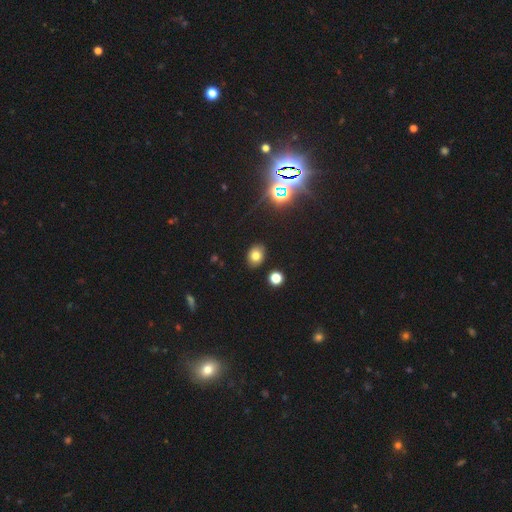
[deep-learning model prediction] smooth-or-featured: smooth: 73% | star or artifact: 17% | featured or disk: 10%
  how-rounded: in between: 65% | round: 34% | cigar-shaped: 1%
  merging: none: 87% | minor disturbance: 9% | major disturbance: 2% | merger: 2%